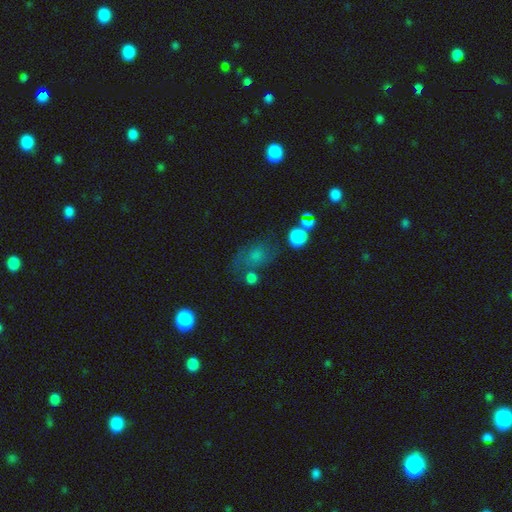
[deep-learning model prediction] A smooth galaxy with no disk features (49%).

Vote fractions:
- Smooth or featured? smooth: 49% / featured or disk: 26% / star or artifact: 25%
- Merging? none: 48% / minor disturbance: 21% / major disturbance: 20% / merger: 11%